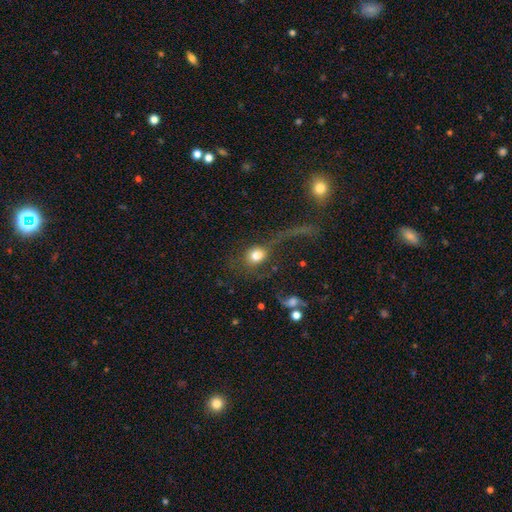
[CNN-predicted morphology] Smooth or featured: smooth — 72% (featured or disk — 17%)
How rounded: round — 64% (in between — 34%)
Merging: major disturbance — 36% (none — 35%)